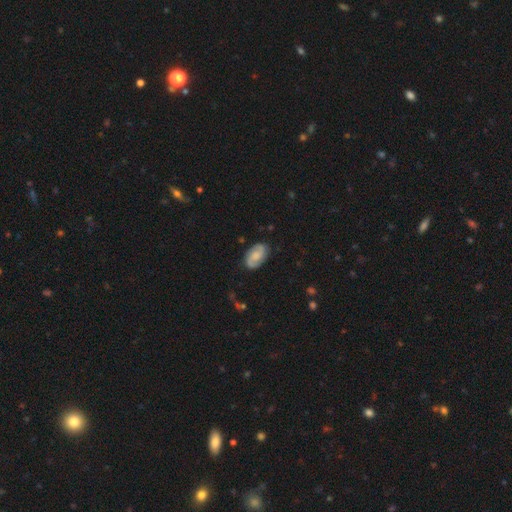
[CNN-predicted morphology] This appears to be a featured or disk galaxy (62%) with no bar (57%), 2 (88%) medium (45%) spiral arms (93%) and a moderate central bulge (33%). Merging: none (82%).